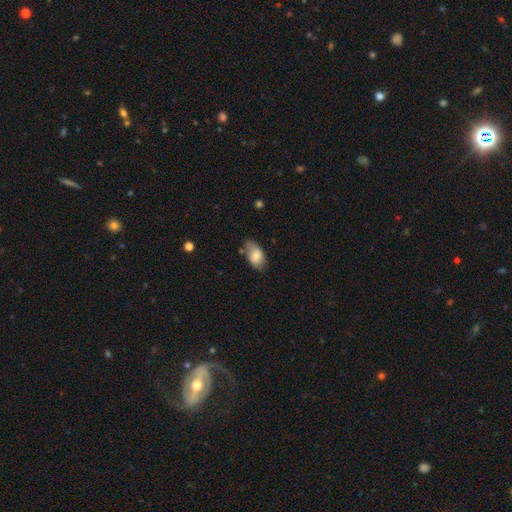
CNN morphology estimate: smooth-or-featured: smooth: 76% | featured or disk: 17% | star or artifact: 7%
  how-rounded: in between: 92% | round: 6% | cigar-shaped: 2%
  merging: none: 65% | minor disturbance: 25% | major disturbance: 6% | merger: 4%